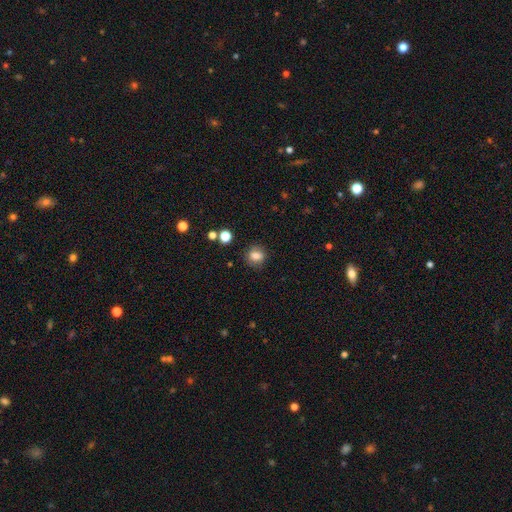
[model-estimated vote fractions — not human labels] This appears to be a smooth galaxy with no disk features (78%) that is round (70%). Merging: none (82%).